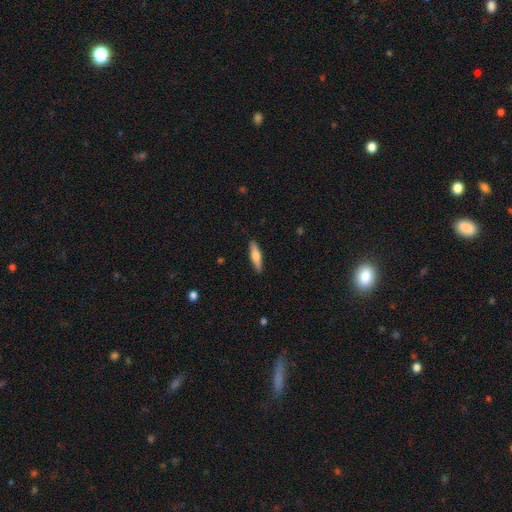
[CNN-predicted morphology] Overall: smooth (58%; featured or disk 37%). How rounded: cigar-shaped (74%). Merging: none (90%).